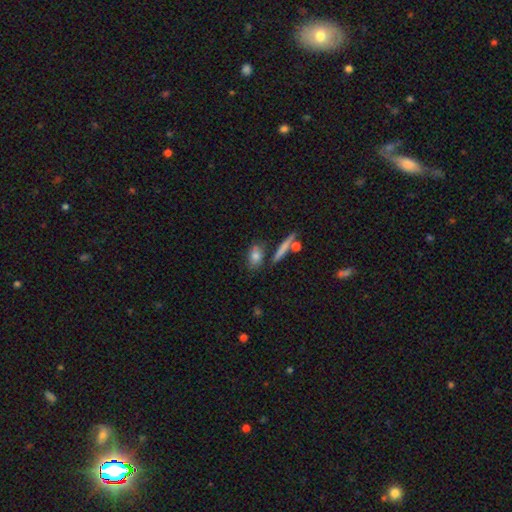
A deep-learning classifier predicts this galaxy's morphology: Smooth or featured?
  - smooth: 77% *
  - featured or disk: 14%
  - star or artifact: 8%
How rounded?
  - in between: 70% *
  - cigar-shaped: 15%
  - round: 15%
Merging?
  - none: 69% *
  - minor disturbance: 14%
  - merger: 12%
  - major disturbance: 5%